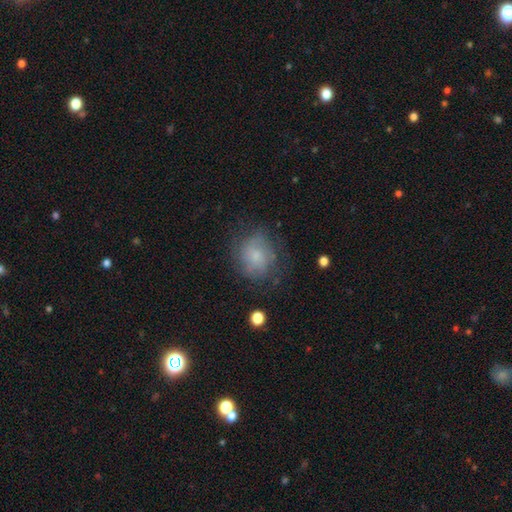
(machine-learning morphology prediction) smooth-or-featured: smooth: 56% | featured or disk: 34% | star or artifact: 11%
  how-rounded: round: 74% | in between: 25% | cigar-shaped: 1%
  merging: none: 62% | minor disturbance: 23% | major disturbance: 13% | merger: 2%